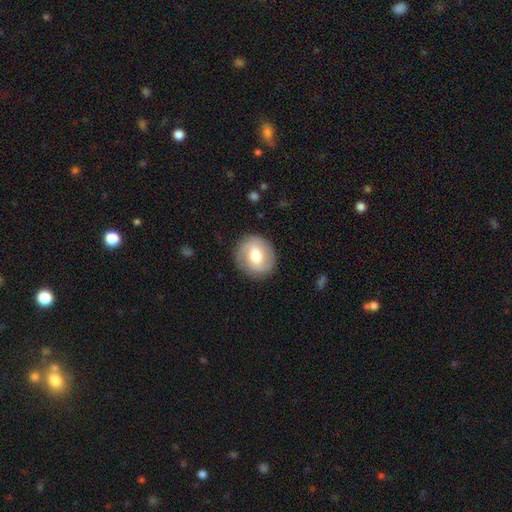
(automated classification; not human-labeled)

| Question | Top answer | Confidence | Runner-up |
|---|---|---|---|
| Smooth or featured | featured or disk | 49% | smooth (45%) |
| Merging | none | 87% | minor disturbance (8%) |